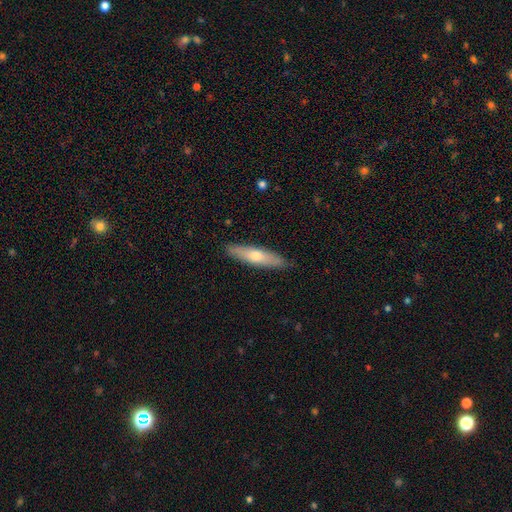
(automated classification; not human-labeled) The model was most divided on "smooth or featured": smooth: 56%, featured or disk: 38%, star or artifact: 6%. More confident: merging — none (89%); how rounded — cigar-shaped (77%).